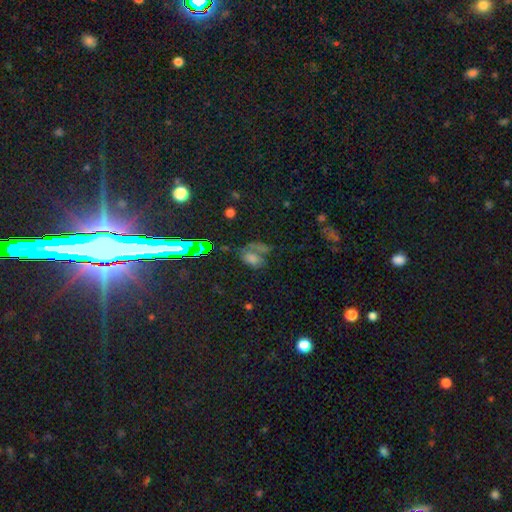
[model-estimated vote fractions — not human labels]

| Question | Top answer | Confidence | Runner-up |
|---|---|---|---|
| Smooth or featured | star or artifact | 45% | smooth (33%) |